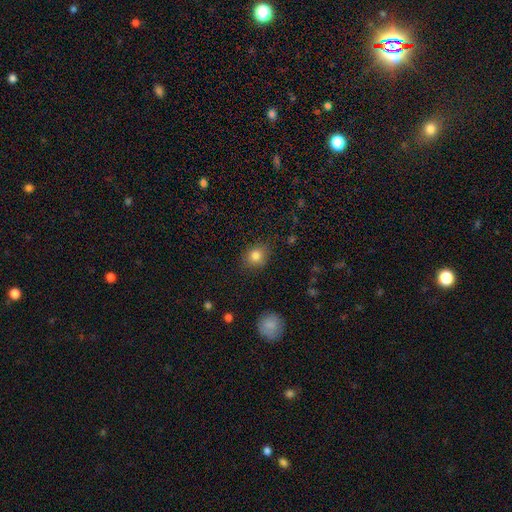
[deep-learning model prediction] This appears to be a smooth galaxy with no disk features (83%) that is round (65%). Merging: none (83%).